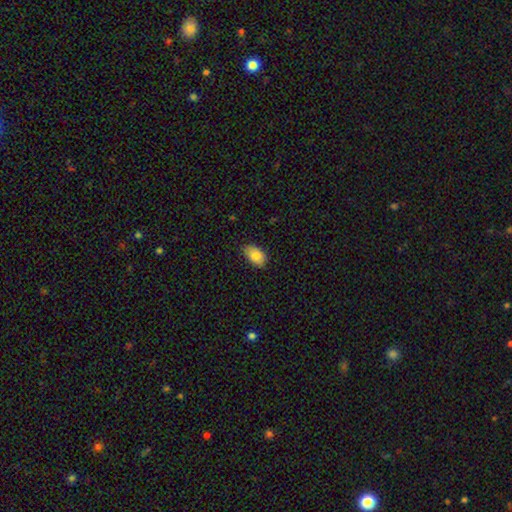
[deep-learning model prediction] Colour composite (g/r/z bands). It shows a smooth galaxy with no disk features (84%) that is in between round and cigar-shaped (90%). Merging: none (80%).